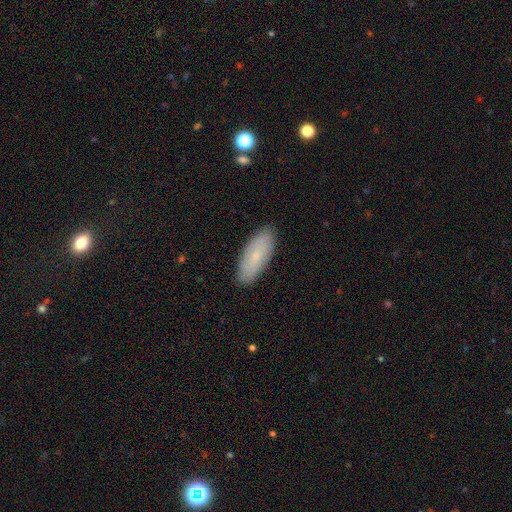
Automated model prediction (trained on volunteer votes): smooth 71%, featured or disk 22%, star or artifact 7%. Down the decision tree: how rounded — in between (77%); merging — none (88%).